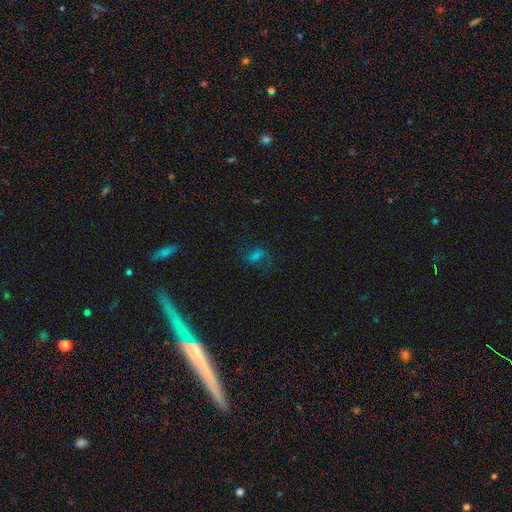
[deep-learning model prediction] smooth_or_featured: smooth (p=0.44) [alt: featured or disk p=0.28]
merging: none (p=0.62) [alt: minor disturbance p=0.18]